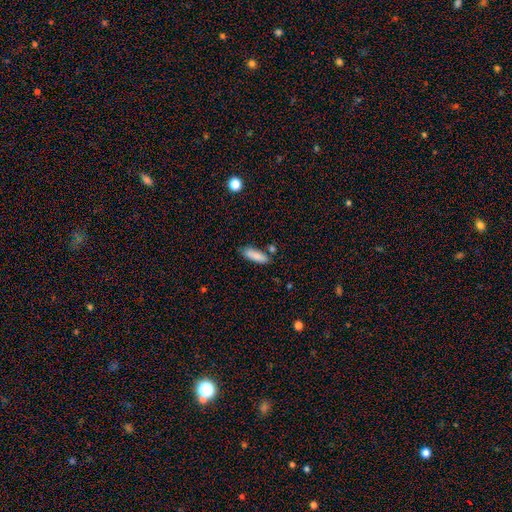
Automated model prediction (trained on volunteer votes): This appears to be a smooth galaxy with no disk features (84%) that is in between round and cigar-shaped (56%). Merging: none (75%).